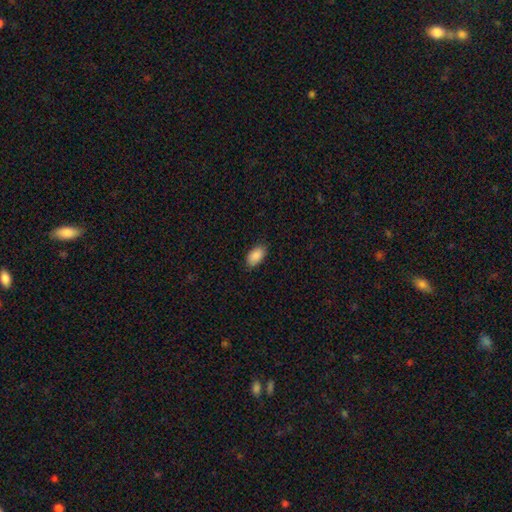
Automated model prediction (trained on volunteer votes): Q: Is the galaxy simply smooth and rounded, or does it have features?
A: smooth — 90%.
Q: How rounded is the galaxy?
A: in between — 94%.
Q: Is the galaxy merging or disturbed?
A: none — 86%.